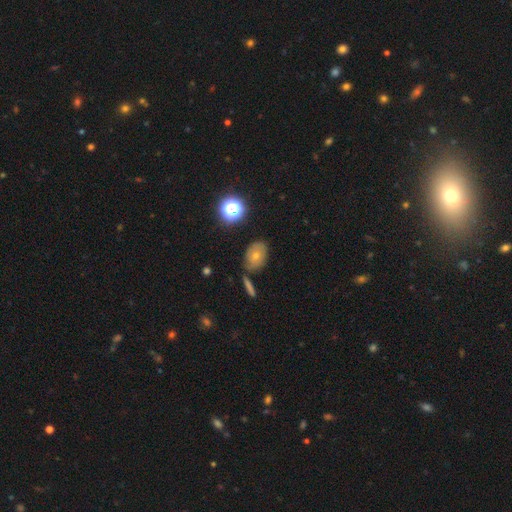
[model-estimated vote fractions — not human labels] The model was most divided on "smooth or featured": smooth: 63%, featured or disk: 23%, star or artifact: 15%. More confident: how rounded — in between (71%); merging — none (68%).